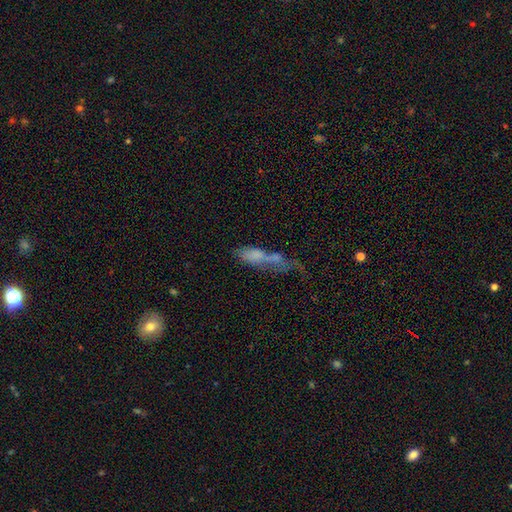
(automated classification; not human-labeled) This is likely a smooth galaxy (61%). How rounded: possibly in between (60%). Merging: possibly merger (46%).